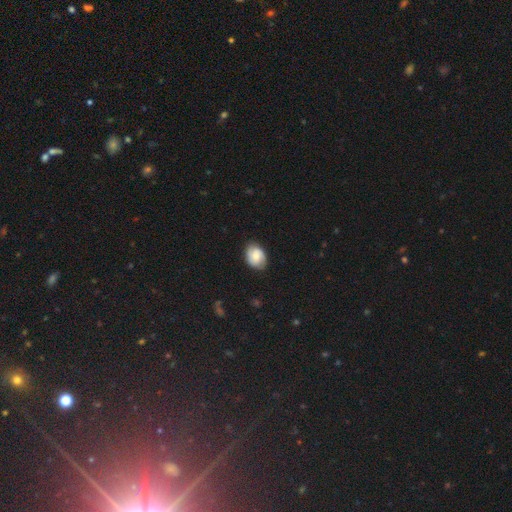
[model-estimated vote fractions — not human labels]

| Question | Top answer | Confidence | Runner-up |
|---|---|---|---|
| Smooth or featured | smooth | 58% | featured or disk (35%) |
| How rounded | in between | 69% | round (30%) |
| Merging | none | 79% | minor disturbance (17%) |